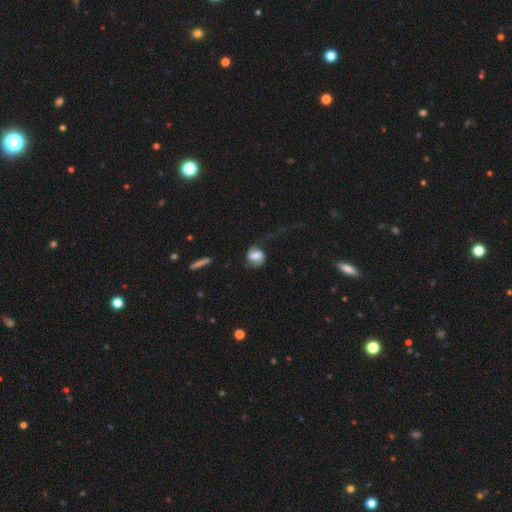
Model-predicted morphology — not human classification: smooth-or-featured: smooth: 49% | featured or disk: 43% | star or artifact: 8%
  merging: none: 44% | major disturbance: 31% | minor disturbance: 22% | merger: 3%